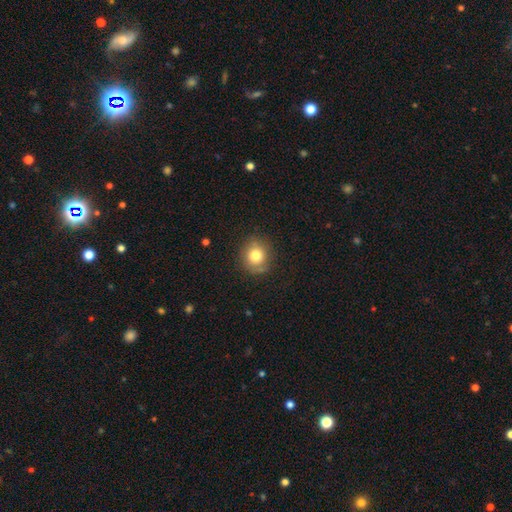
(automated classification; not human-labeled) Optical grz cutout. It shows a smooth galaxy with no disk features (76%) that is round (85%). Merging: none (78%).